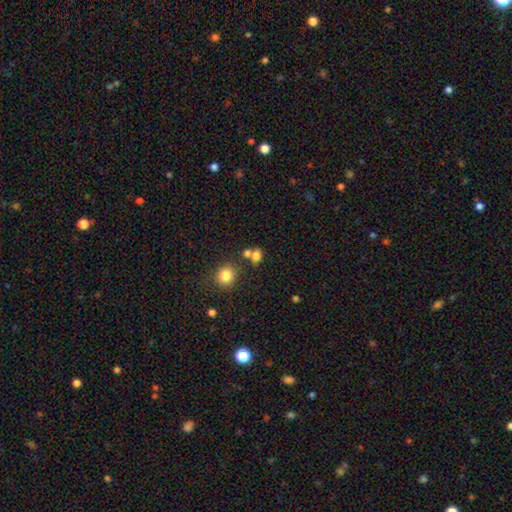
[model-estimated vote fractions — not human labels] A smooth galaxy with no disk features (78%) that is round (50%). Merging: none (49%).